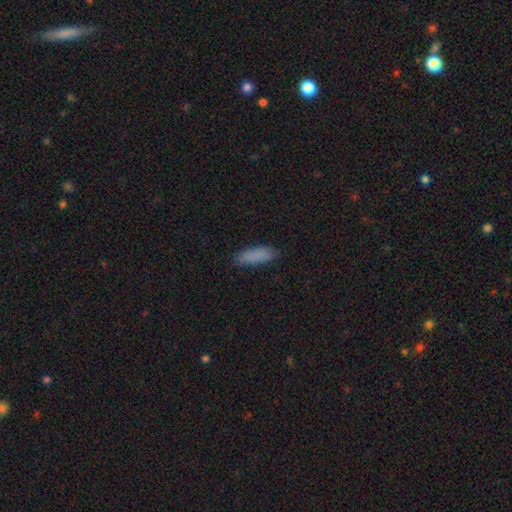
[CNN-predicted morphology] A smooth galaxy with no disk features (87%) that is in between round and cigar-shaped (50%). Merging: none (84%).